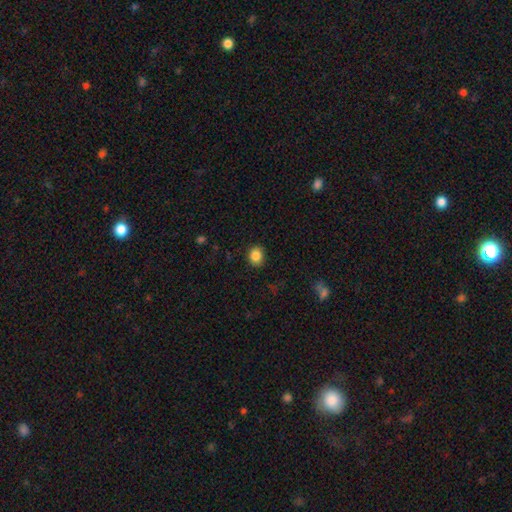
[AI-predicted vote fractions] Morphology: type=smooth (86%); roundness=round (65%); merging=none (88%).